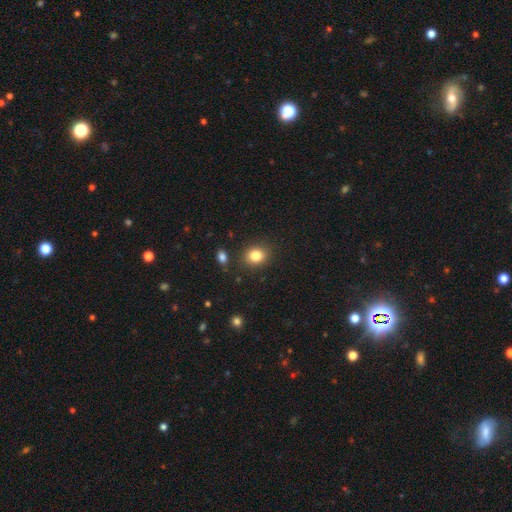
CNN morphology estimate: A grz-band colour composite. It shows a smooth galaxy with no disk features (84%) that is round (64%). Merging: none (86%).